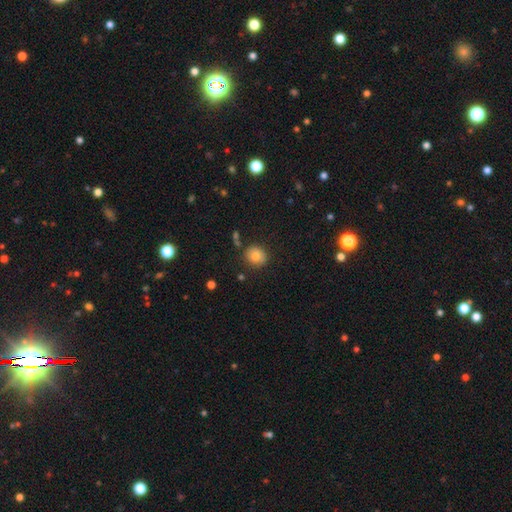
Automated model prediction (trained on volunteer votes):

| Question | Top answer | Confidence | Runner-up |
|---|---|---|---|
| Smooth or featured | smooth | 80% | star or artifact (10%) |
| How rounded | round | 79% | in between (20%) |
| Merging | none | 84% | minor disturbance (10%) |